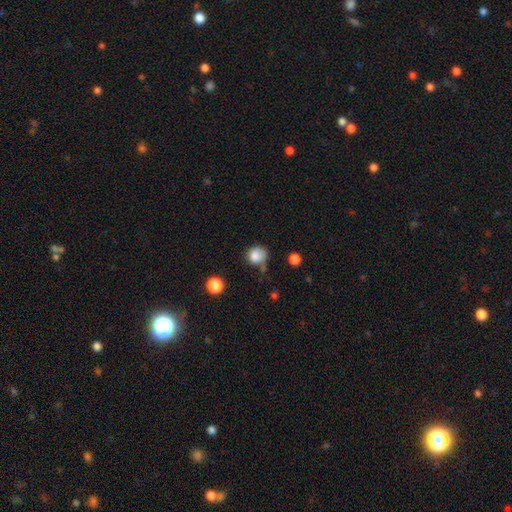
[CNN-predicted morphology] The model was most divided on "merging": none: 52%, minor disturbance: 29%, major disturbance: 11%, merger: 9%. More confident: smooth or featured — smooth (83%); how rounded — round (75%).